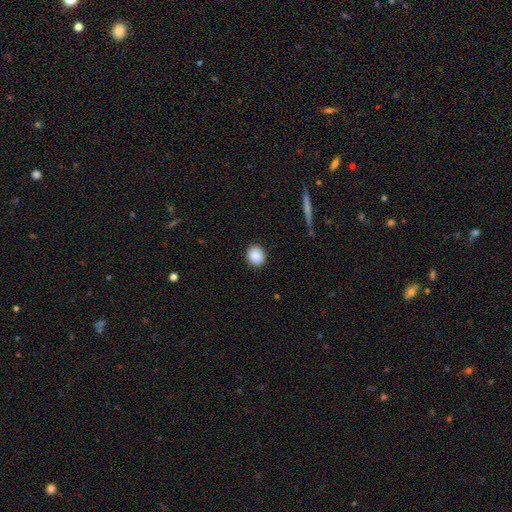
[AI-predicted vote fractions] smooth_or_featured: smooth (p=0.89) [alt: star or artifact p=0.08]
how_rounded: round (p=0.73) [alt: in between p=0.25]
merging: none (p=0.90) [alt: minor disturbance p=0.07]